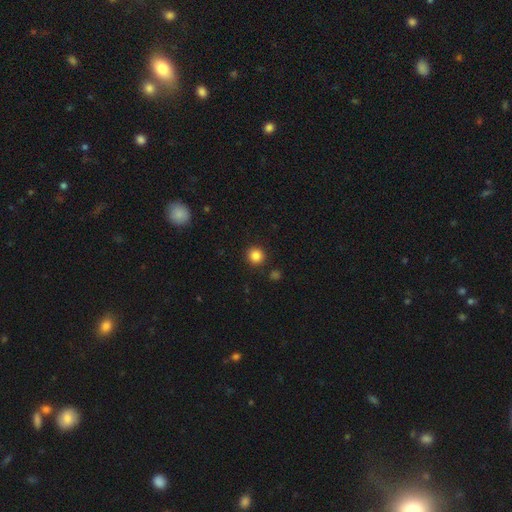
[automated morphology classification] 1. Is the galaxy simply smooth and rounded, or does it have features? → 85% smooth, 11% star or artifact, 4% featured or disk.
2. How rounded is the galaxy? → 94% round, 5% in between, 1% cigar-shaped.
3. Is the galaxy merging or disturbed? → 90% none, 6% minor disturbance, 2% merger, 2% major disturbance.